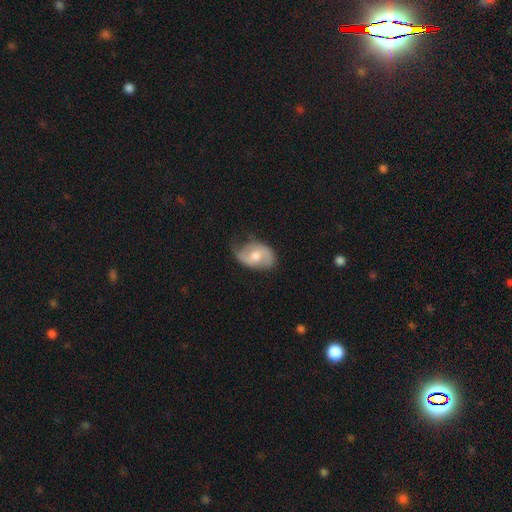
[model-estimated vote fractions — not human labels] featured or disk 58%, smooth 36%, star or artifact 6%. Down the decision tree: edge-on disk — no (95%); bar — no (60%); spiral arms — yes (80%); bulge size — moderate (70%); merging — none (59%).